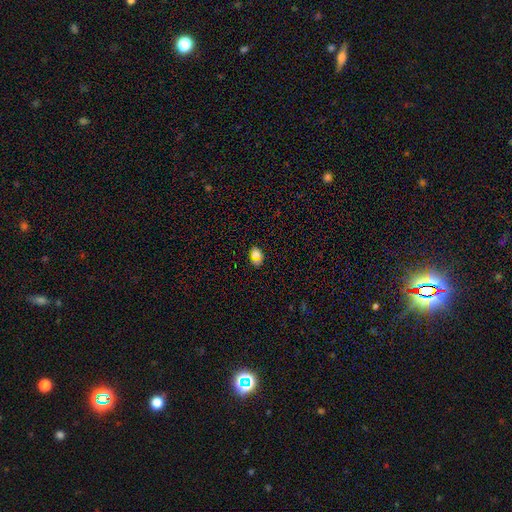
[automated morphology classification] type=smooth (66%); roundness=in between (68%); merging=none (81%).